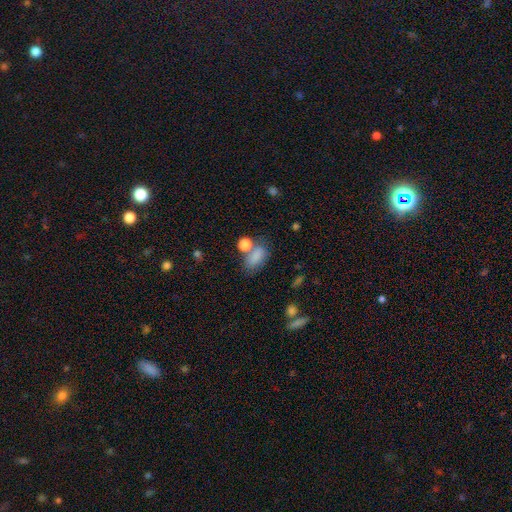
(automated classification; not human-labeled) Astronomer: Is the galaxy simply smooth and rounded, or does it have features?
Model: smooth — 81%.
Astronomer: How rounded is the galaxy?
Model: in between — 84%.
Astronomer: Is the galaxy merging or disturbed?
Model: none — 45% (runner-up: merger, 29%).